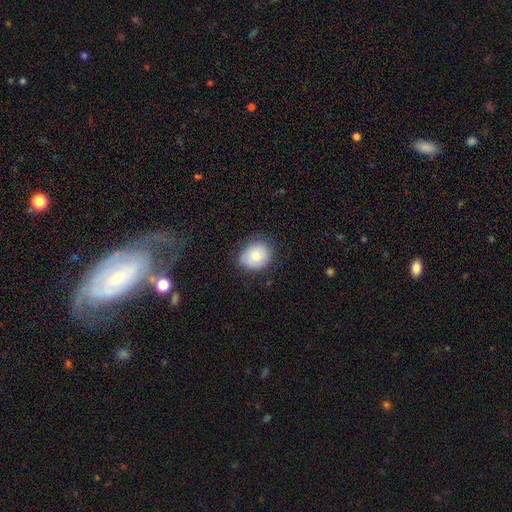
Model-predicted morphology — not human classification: Overall: smooth (80%). How rounded: round (58%; in between 41%). Merging: none (73%).